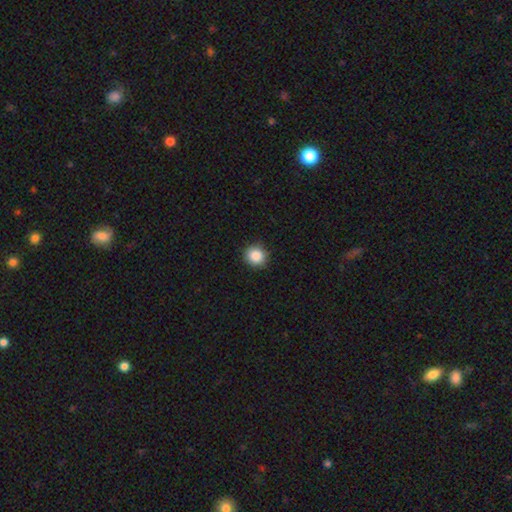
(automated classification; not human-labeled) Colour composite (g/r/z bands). It shows a smooth galaxy with no disk features (87%) that is round (90%). Merging: none (91%).